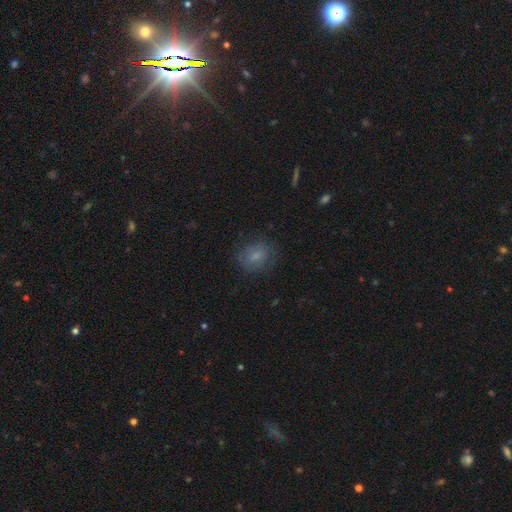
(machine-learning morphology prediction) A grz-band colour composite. It shows a smooth galaxy with no disk features (72%) that is round (54%). Merging: none (74%).